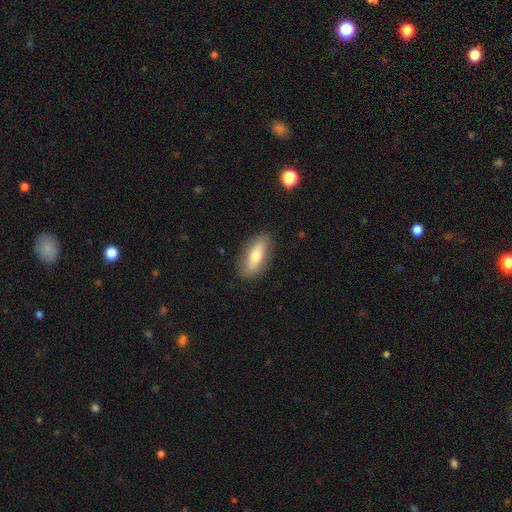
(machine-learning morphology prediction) The model was most divided on "smooth or featured": smooth: 63%, featured or disk: 31%, star or artifact: 7%. More confident: merging — none (84%); how rounded — in between (70%).